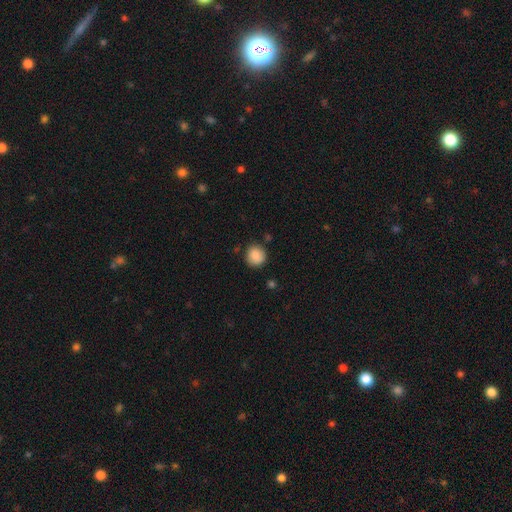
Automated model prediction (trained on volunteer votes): Overall: smooth (88%). How rounded: round (90%). Merging: none (85%).